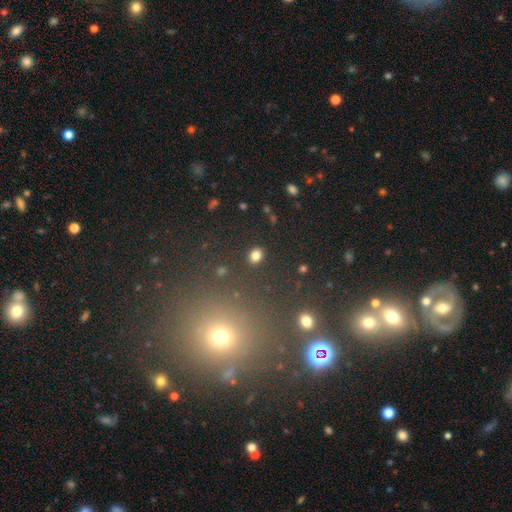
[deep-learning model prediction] This is clearly a smooth galaxy (82%). How rounded: possibly round (57%). Merging: clearly none (89%).